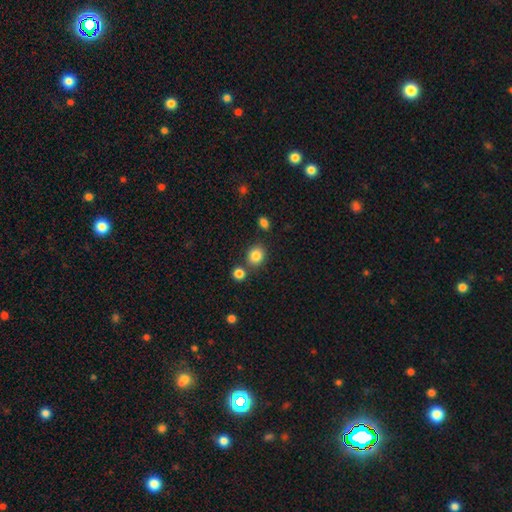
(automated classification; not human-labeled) This is clearly a smooth galaxy (85%). How rounded: likely round (72%). Merging: likely none (74%).